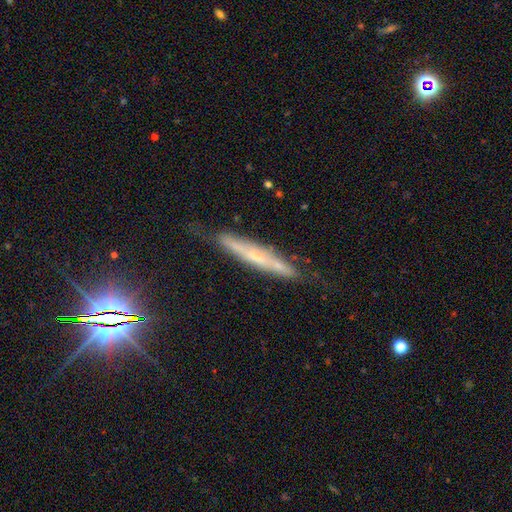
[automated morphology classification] A featured or disk galaxy (64%) viewed edge-on (82%) with a rounded central bulge (49%).

Vote fractions:
- Smooth or featured? featured or disk: 64% / smooth: 28% / star or artifact: 8%
- Edge-on disk? yes: 82% / no: 18%
- Edge-on bulge? rounded: 49% / none: 44% / boxy: 6%
- Merging? none: 70% / minor disturbance: 22% / major disturbance: 6% / merger: 3%